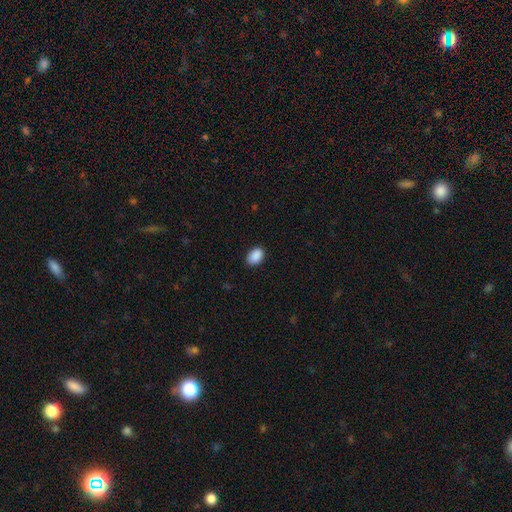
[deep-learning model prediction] This appears to be a smooth galaxy with no disk features (90%) that is in between round and cigar-shaped (80%). Merging: none (87%).